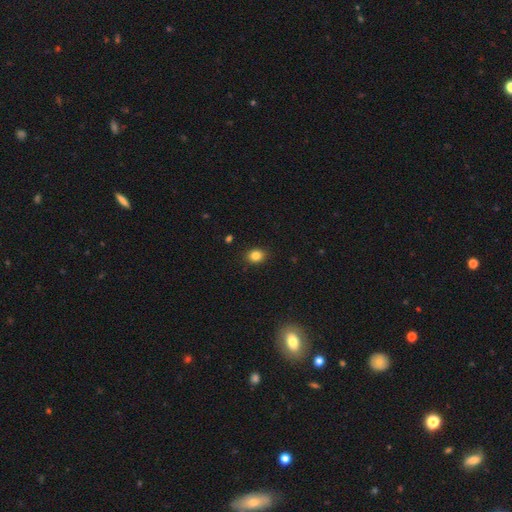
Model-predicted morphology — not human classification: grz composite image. It shows a smooth galaxy with no disk features (84%) that is round (59%). Merging: none (89%).